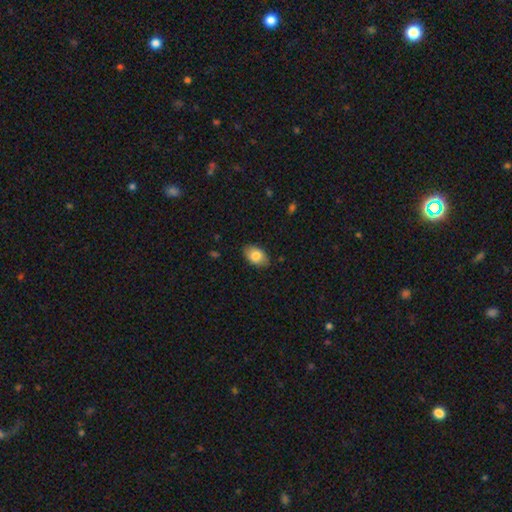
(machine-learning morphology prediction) Smooth or featured?
  - smooth: 83% *
  - featured or disk: 10%
  - star or artifact: 7%
How rounded?
  - in between: 88% *
  - round: 10%
  - cigar-shaped: 1%
Merging?
  - none: 84% *
  - minor disturbance: 12%
  - major disturbance: 2%
  - merger: 1%